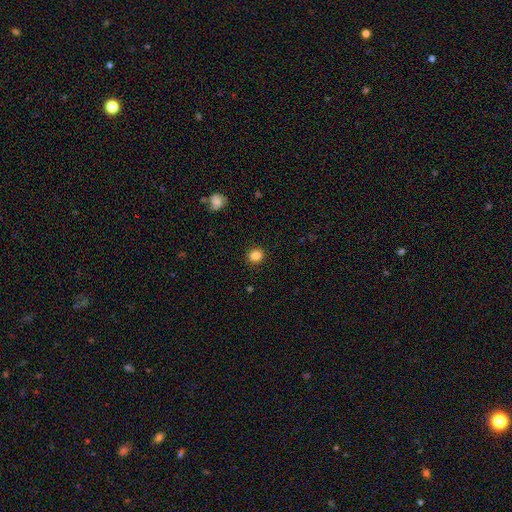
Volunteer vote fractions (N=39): A smooth galaxy with no disk features (87%) that is round (100%).

Vote fractions:
- Smooth or featured? smooth: 87% / star or artifact: 10% / featured or disk: 3%
- How rounded? round: 100% / in between: 0% / cigar-shaped: 0%
- Merging? none: 91% / minor disturbance: 3% / major disturbance: 3% / merger: 3%